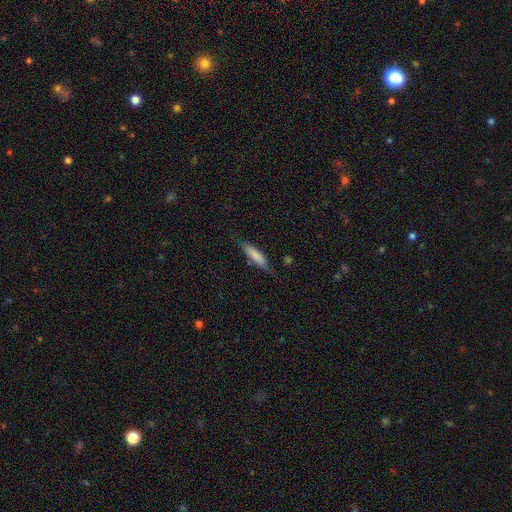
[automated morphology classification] This appears to be a smooth galaxy with no disk features (77%) that is cigar-shaped (75%). Merging: none (72%).